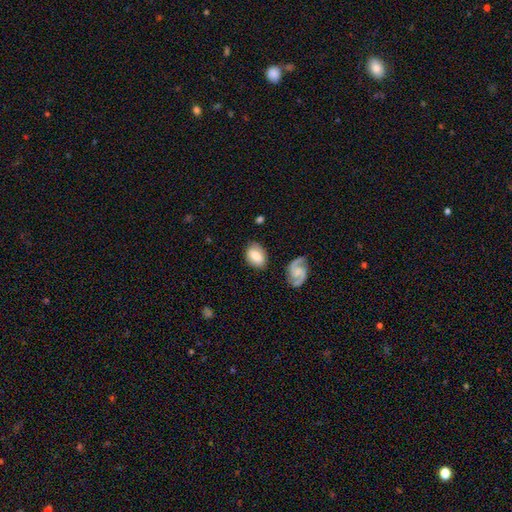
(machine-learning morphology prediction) Smooth or featured? smooth (66%)
How rounded? in between (78%)
Merging? none (74%)